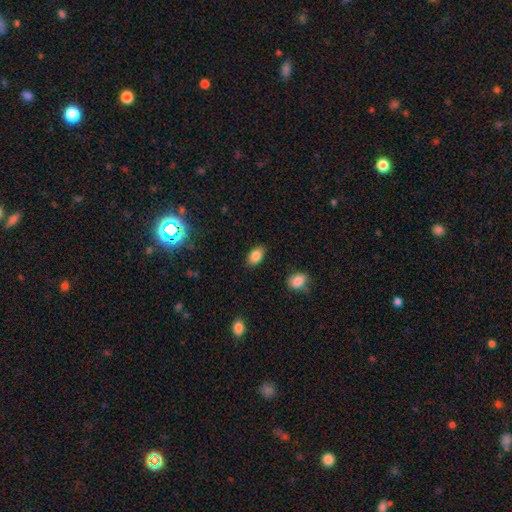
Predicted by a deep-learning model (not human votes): Smooth or featured? smooth (85%)
How rounded? in between (89%)
Merging? none (86%)